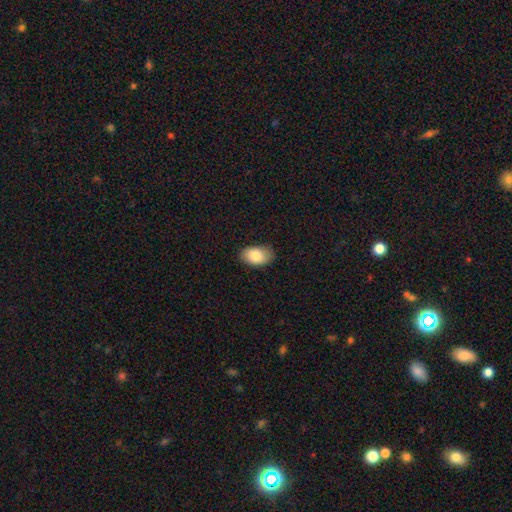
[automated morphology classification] Q: Smooth or featured?
A: smooth (82%); runner-up: featured or disk (11%)
Q: How rounded?
A: in between (91%); runner-up: round (8%)
Q: Merging?
A: none (85%); runner-up: minor disturbance (12%)